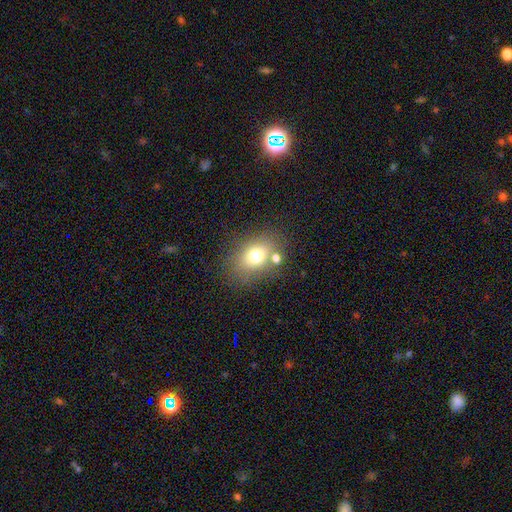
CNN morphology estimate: Smooth or featured? smooth (70%)
How rounded? in between (66%)
Merging? none (68%)